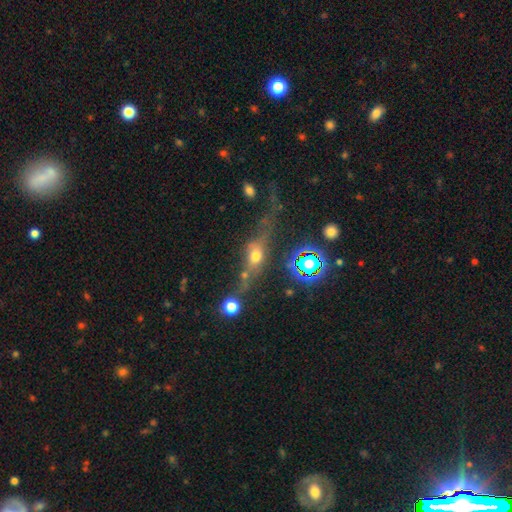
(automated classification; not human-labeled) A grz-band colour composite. It shows a featured or disk galaxy (43%). Merging: none (44%).